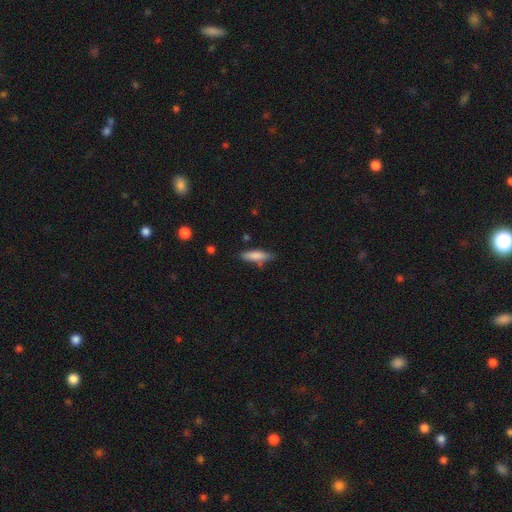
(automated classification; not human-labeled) This is clearly a smooth galaxy (81%). How rounded: possibly cigar-shaped (57%). Merging: likely none (71%).